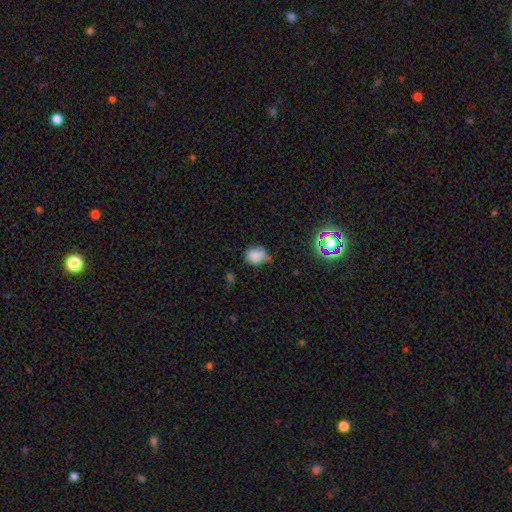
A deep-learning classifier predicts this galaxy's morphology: This is likely a smooth galaxy (79%). How rounded: likely round (62%). Merging: possibly none (55%).